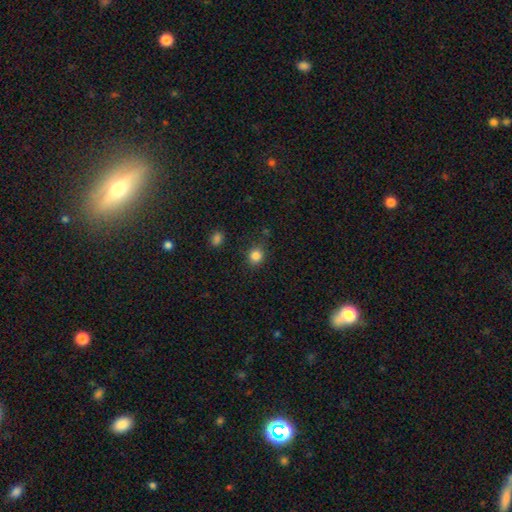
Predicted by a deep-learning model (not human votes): A smooth galaxy with no disk features (84%) that is round (86%). Merging: none (84%).